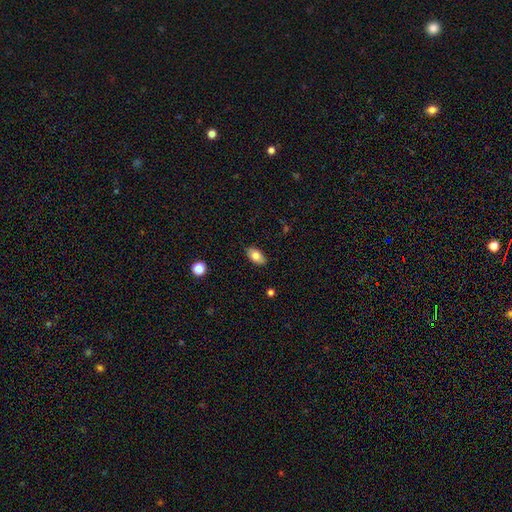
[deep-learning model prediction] Morphology: type=smooth (80%); roundness=in between (92%); merging=none (86%).